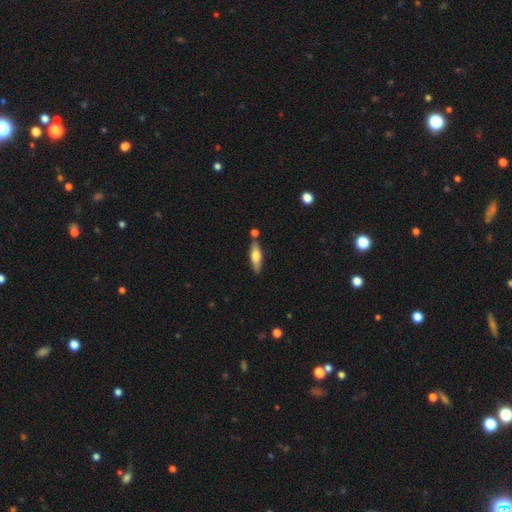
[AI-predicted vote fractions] Morphology: type=smooth (59%); roundness=cigar-shaped (52%); merging=none (75%).